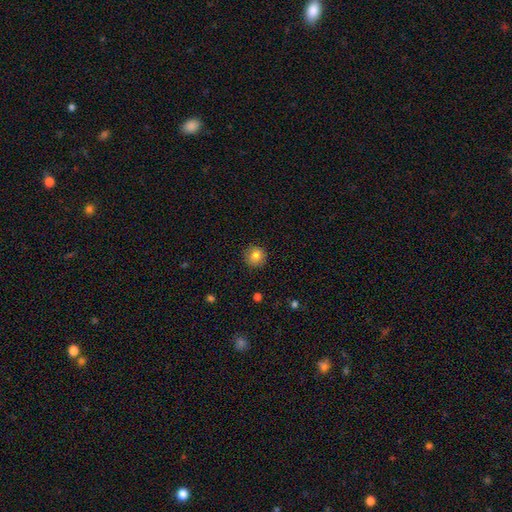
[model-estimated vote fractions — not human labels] Smooth or featured? Predicted: smooth (p=0.83). How rounded? Predicted: round (p=0.93). Merging? Predicted: none (p=0.90).